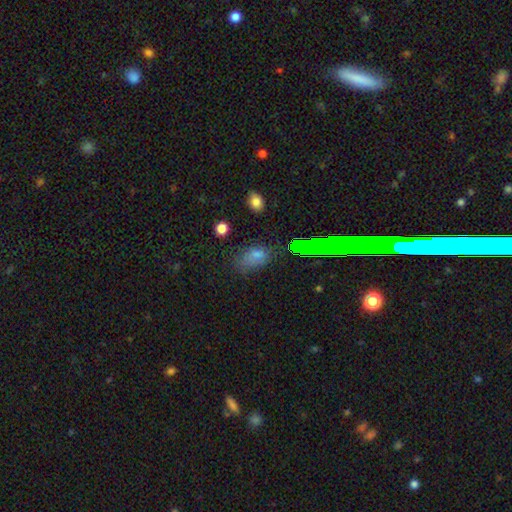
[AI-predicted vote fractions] Morphology: type=smooth (68%); roundness=in between (86%); merging=none (56%).